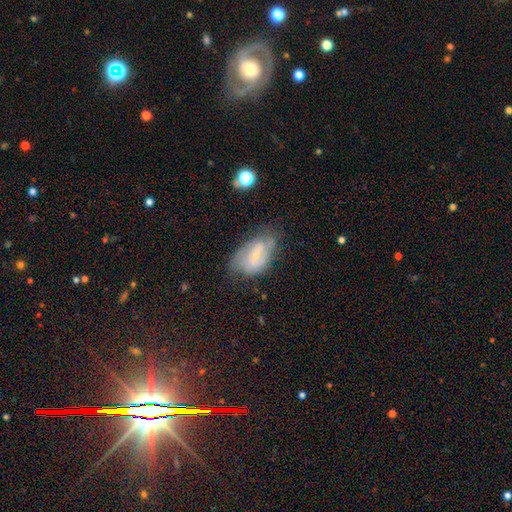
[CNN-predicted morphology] Smooth or featured? Predicted: featured or disk (p=0.64). Edge-on disk? Predicted: no (p=0.95). Bar? Predicted: weak (p=0.51). Spiral arms? Predicted: yes (p=0.81). Bulge size? Predicted: small (p=0.65). Merging? Predicted: none (p=0.56).